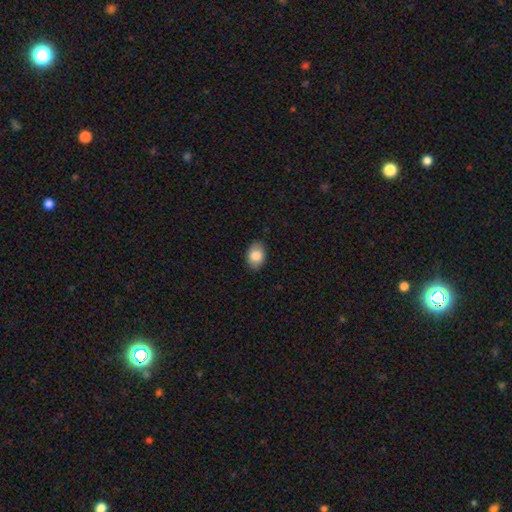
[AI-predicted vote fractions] Q: Smooth or featured?
A: smooth (84%); runner-up: featured or disk (9%)
Q: How rounded?
A: in between (82%); runner-up: round (17%)
Q: Merging?
A: none (87%); runner-up: minor disturbance (10%)